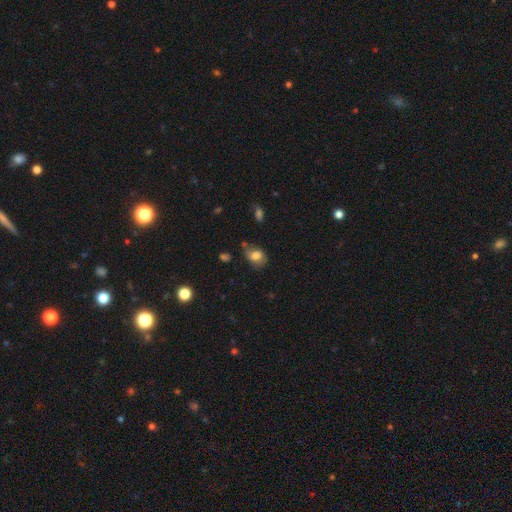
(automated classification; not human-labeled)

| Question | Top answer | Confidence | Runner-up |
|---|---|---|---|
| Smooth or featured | smooth | 71% | featured or disk (19%) |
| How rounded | in between | 63% | round (35%) |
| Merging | none | 51% | minor disturbance (31%) |